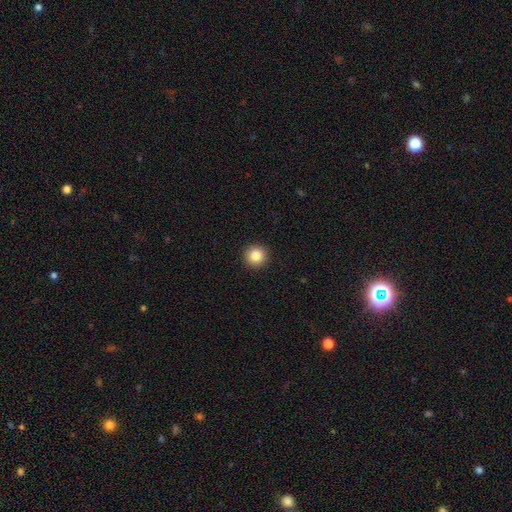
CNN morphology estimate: Smooth or featured?
  - smooth: 85% *
  - star or artifact: 9%
  - featured or disk: 5%
How rounded?
  - round: 95% *
  - in between: 4%
  - cigar-shaped: 1%
Merging?
  - none: 93% *
  - minor disturbance: 5%
  - major disturbance: 2%
  - merger: 1%